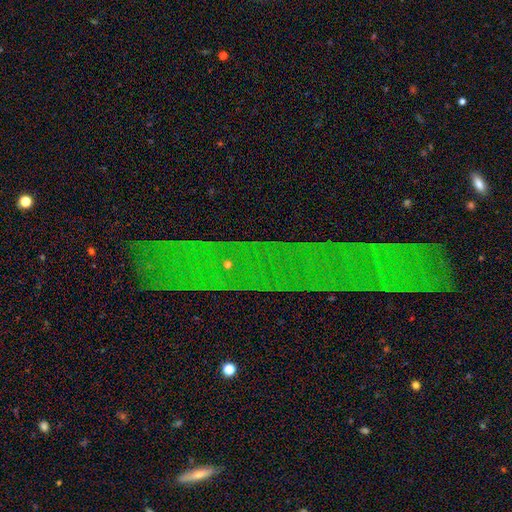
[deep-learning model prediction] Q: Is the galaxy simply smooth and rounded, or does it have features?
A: star or artifact — 74%.